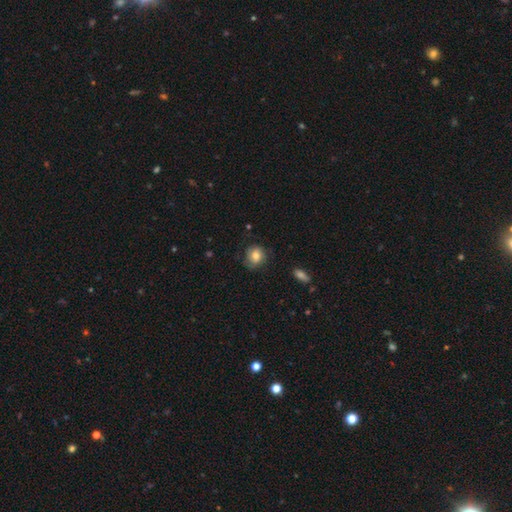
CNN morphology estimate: A smooth galaxy with no disk features (67%) that is round (71%). Merging: none (69%).